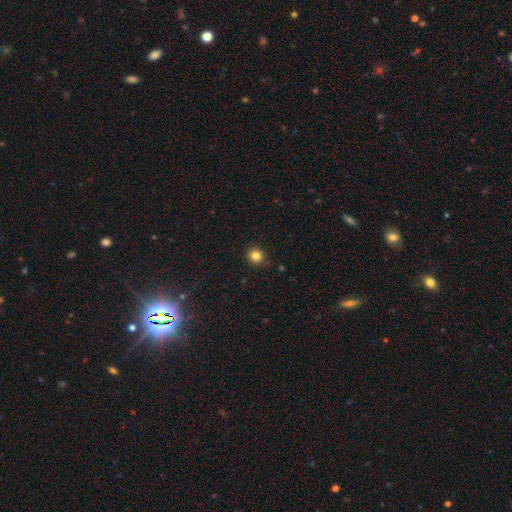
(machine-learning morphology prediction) Smooth or featured? smooth (84%)
How rounded? round (93%)
Merging? none (89%)